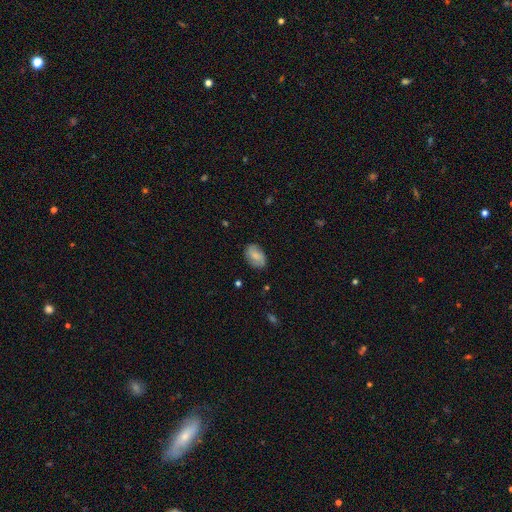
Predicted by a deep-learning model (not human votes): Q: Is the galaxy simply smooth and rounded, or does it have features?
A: smooth — 73%.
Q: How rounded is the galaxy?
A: in between — 88%.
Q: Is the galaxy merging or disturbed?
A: none — 79%.